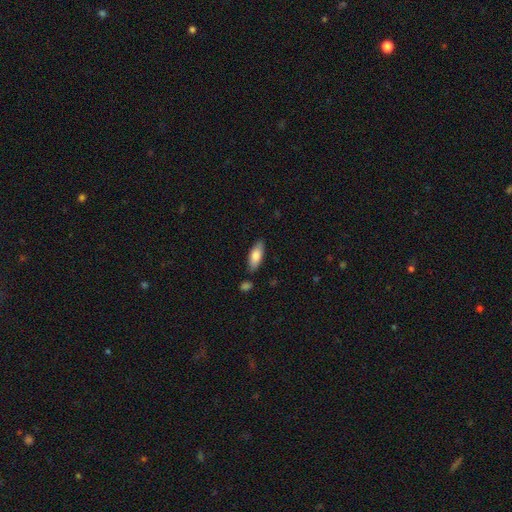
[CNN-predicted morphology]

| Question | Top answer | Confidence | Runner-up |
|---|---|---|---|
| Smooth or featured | smooth | 78% | featured or disk (16%) |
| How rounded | in between | 77% | cigar-shaped (21%) |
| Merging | none | 81% | minor disturbance (13%) |